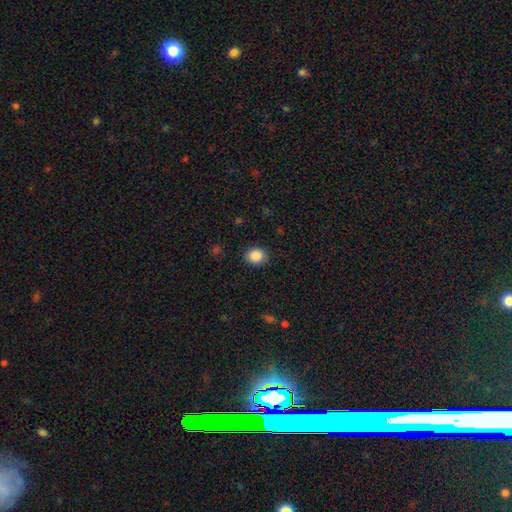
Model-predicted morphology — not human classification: smooth_or_featured: smooth (p=0.87) [alt: star or artifact p=0.09]
how_rounded: round (p=0.64) [alt: in between p=0.35]
merging: none (p=0.85) [alt: minor disturbance p=0.11]